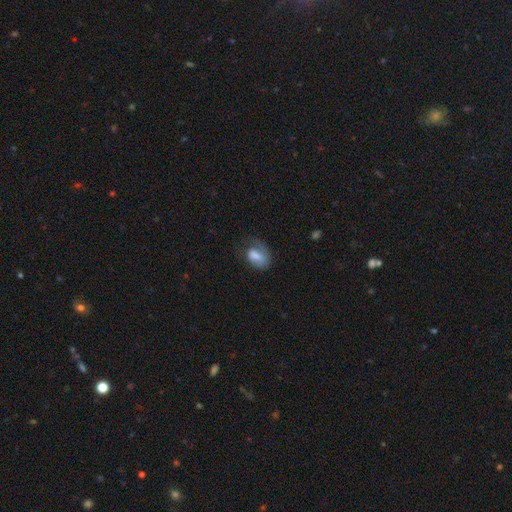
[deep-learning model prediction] Overall: smooth (60%; featured or disk 32%). How rounded: in between (85%). Merging: none (39%; major disturbance 33%).